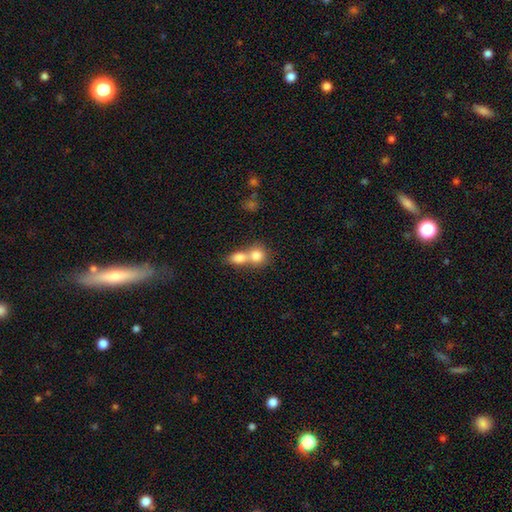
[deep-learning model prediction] The model was most divided on "merging": merger: 66%, none: 26%, minor disturbance: 5%, major disturbance: 3%. More confident: smooth or featured — smooth (79%); how rounded — round (69%).